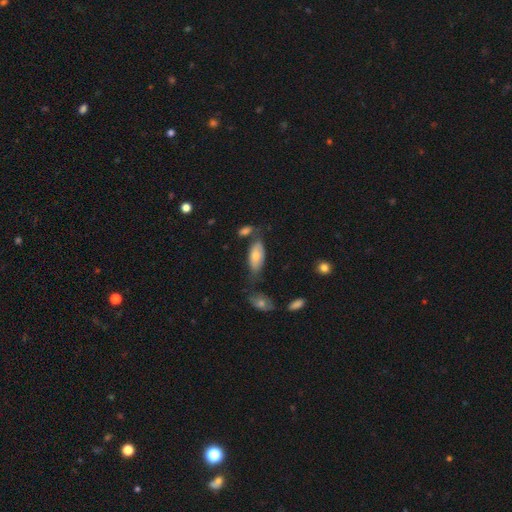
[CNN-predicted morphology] Smooth or featured?
  - smooth: 61% *
  - featured or disk: 29%
  - star or artifact: 10%
How rounded?
  - in between: 84% *
  - cigar-shaped: 13%
  - round: 3%
Merging?
  - none: 59% *
  - minor disturbance: 20%
  - merger: 14%
  - major disturbance: 7%